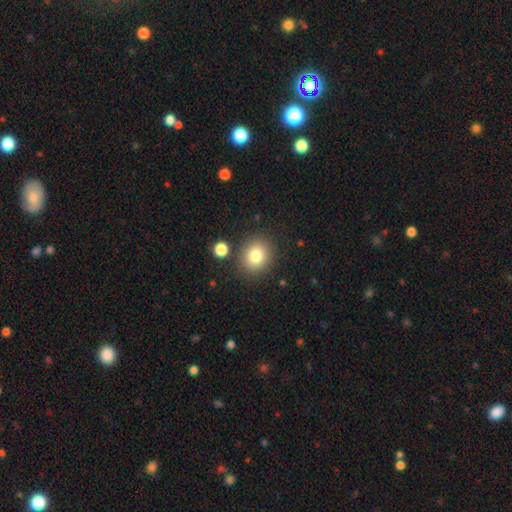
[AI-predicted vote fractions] A smooth galaxy with no disk features (80%) that is round (74%).

Vote fractions:
- Smooth or featured? smooth: 80% / star or artifact: 11% / featured or disk: 9%
- How rounded? round: 74% / in between: 25% / cigar-shaped: 1%
- Merging? none: 84% / minor disturbance: 9% / merger: 5% / major disturbance: 3%